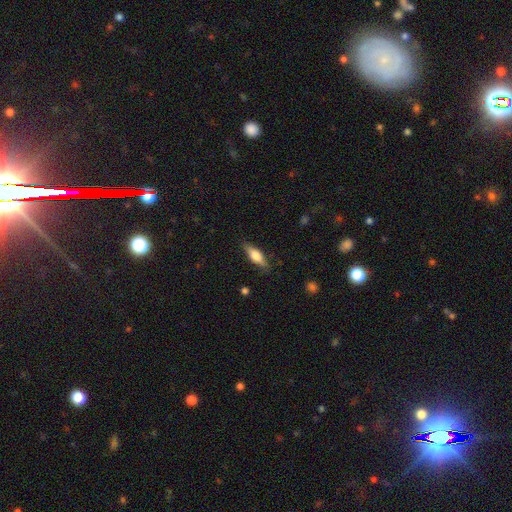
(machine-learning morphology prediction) smooth_or_featured: smooth (p=0.58) [alt: featured or disk p=0.36]
how_rounded: in between (p=0.51) [alt: cigar-shaped p=0.47]
merging: none (p=0.84) [alt: minor disturbance p=0.12]